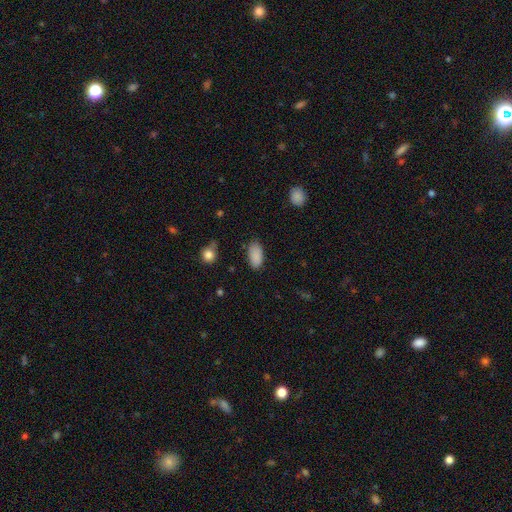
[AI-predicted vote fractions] Smooth or featured? smooth (88%)
How rounded? in between (93%)
Merging? none (79%)